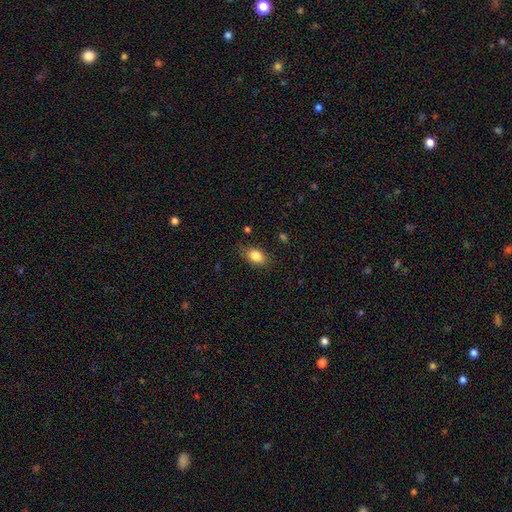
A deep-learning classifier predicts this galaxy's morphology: This appears to be a smooth galaxy with no disk features (83%) that is in between round and cigar-shaped (81%). Merging: none (77%).